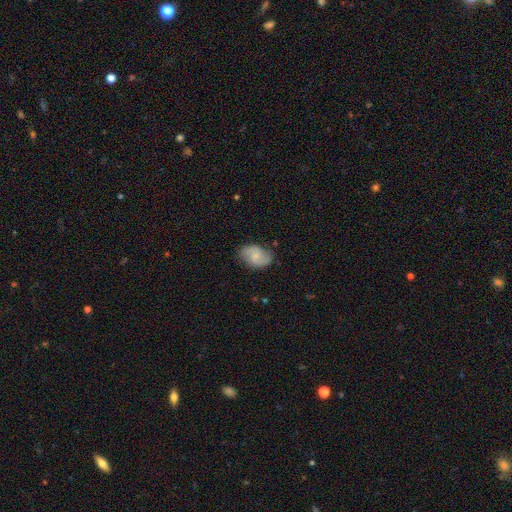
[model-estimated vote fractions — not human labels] A featured or disk galaxy (67%) with no bar (56%), 2 (88%) medium (49%) spiral arms (94%) and a small central bulge (57%).

Vote fractions:
- Smooth or featured? featured or disk: 67% / smooth: 26% / star or artifact: 7%
- Edge-on disk? no: 97% / yes: 3%
- Bar? no: 56% / weak: 39% / strong: 5%
- Spiral arms? yes: 94% / no: 6%
- Spiral winding? medium: 49% / loose: 26% / tight: 24%
- Spiral arm count? 2: 88% / can't tell: 6% / 1: 2% / 3: 2% / 4: 1% / more than 4: 1%
- Bulge size? small: 57% / moderate: 24% / none: 16% / large: 2% / dominant: 1%
- Merging? none: 77% / minor disturbance: 17% / major disturbance: 4% / merger: 1%